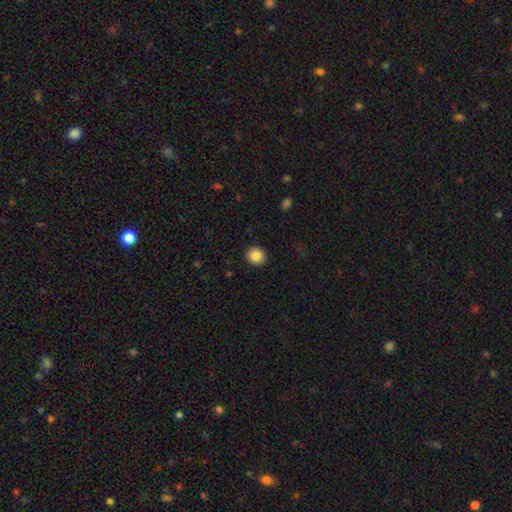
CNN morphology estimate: Overall: smooth (86%). How rounded: round (89%). Merging: none (92%).